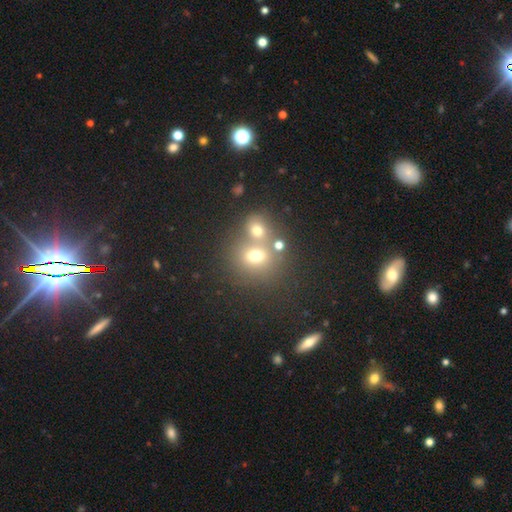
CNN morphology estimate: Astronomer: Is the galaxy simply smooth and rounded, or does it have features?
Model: smooth — 67%.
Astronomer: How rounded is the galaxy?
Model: round — 74%.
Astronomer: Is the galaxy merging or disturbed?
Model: none — 45% (runner-up: merger, 42%).